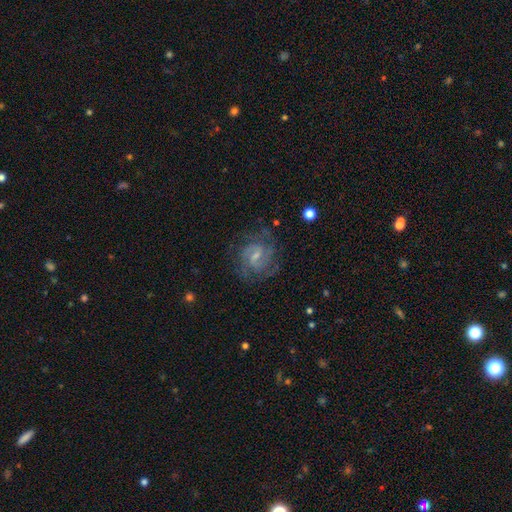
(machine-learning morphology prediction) Smooth or featured? featured or disk (80%)
Edge-on disk? no (97%)
Bar? weak (57%)
Spiral arms? yes (95%)
Spiral winding? tight (53%)
Spiral arm count? 2 (35%)
Bulge size? small (58%)
Merging? none (76%)